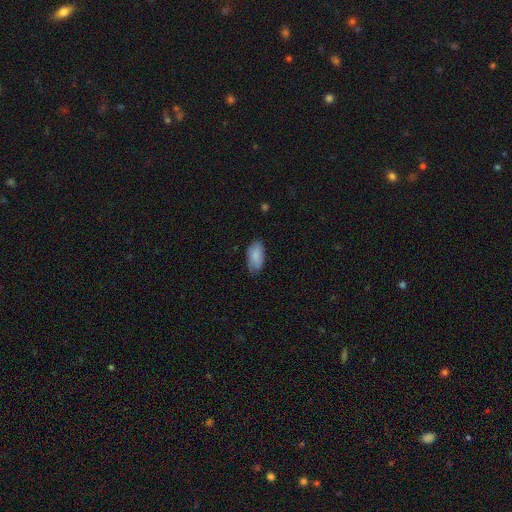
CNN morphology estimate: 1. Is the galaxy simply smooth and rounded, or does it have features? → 84% smooth, 9% featured or disk, 6% star or artifact.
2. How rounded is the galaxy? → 94% in between, 3% cigar-shaped, 3% round.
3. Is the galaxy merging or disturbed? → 73% none, 22% minor disturbance, 4% major disturbance, 1% merger.